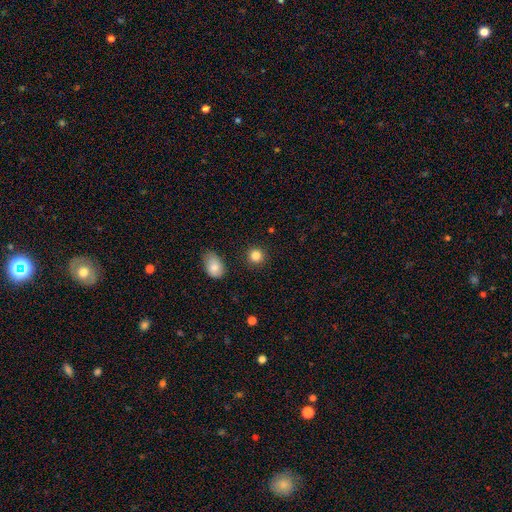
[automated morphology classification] Smooth or featured? Predicted: smooth (p=0.85). How rounded? Predicted: round (p=0.90). Merging? Predicted: none (p=0.88).